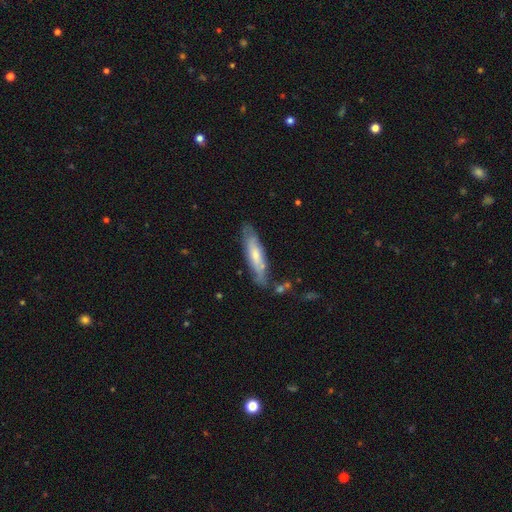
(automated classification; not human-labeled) Overall: smooth (51%; featured or disk 43%). How rounded: cigar-shaped (72%). Merging: none (72%).